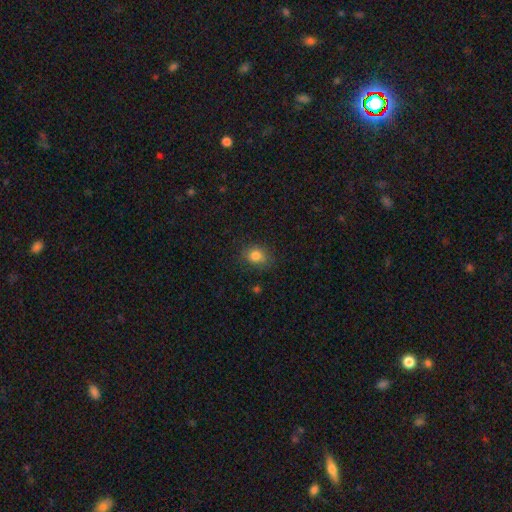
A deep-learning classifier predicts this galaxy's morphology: Q: Smooth or featured?
A: smooth (82%); runner-up: star or artifact (11%)
Q: How rounded?
A: round (56%); runner-up: in between (43%)
Q: Merging?
A: none (78%); runner-up: minor disturbance (16%)